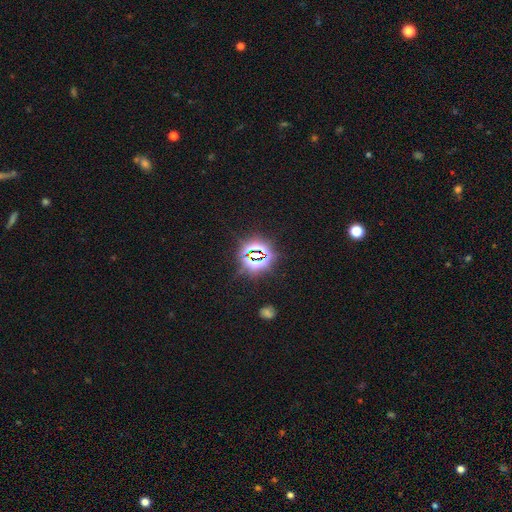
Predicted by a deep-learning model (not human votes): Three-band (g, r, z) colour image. It shows a star or artifact, not a galaxy (81%).